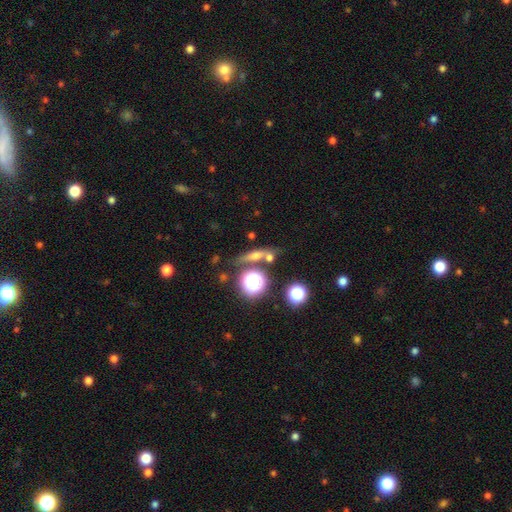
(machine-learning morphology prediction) The model was most divided on "smooth or featured": smooth: 43%, featured or disk: 34%, star or artifact: 23%. More confident: merging — none (72%).